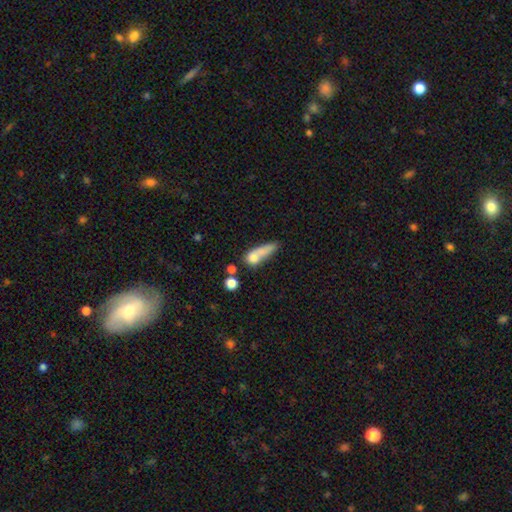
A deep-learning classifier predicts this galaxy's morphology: The model was most divided on "merging": merger: 32%, none: 29%, major disturbance: 20%, minor disturbance: 19%. Remaining: smooth or featured — smooth (68%); how rounded — cigar-shaped (47%).